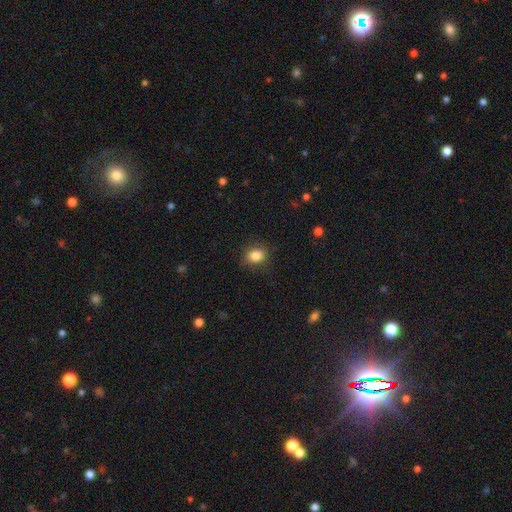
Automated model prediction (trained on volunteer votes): Smooth or featured? smooth (85%)
How rounded? in between (53%)
Merging? none (82%)